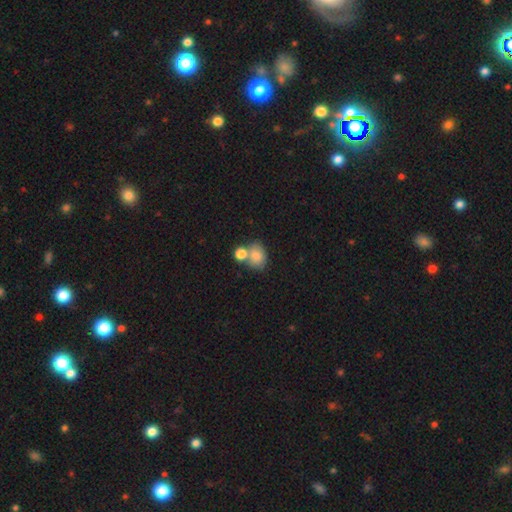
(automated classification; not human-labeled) Smooth or featured? smooth (80%)
How rounded? in between (51%)
Merging? merger (42%)